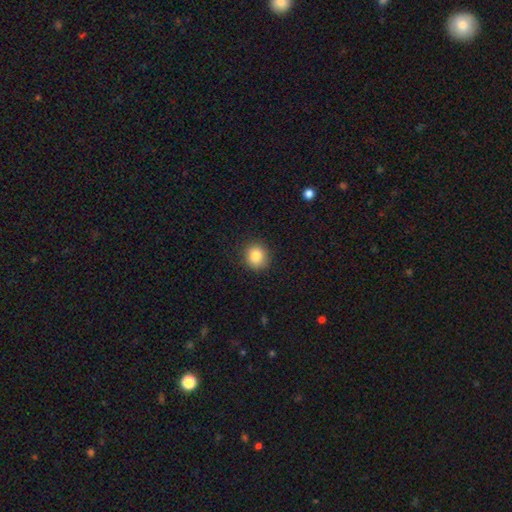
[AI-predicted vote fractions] A smooth galaxy with no disk features (83%) that is round (86%).

Vote fractions:
- Smooth or featured? smooth: 83% / star or artifact: 10% / featured or disk: 7%
- How rounded? round: 86% / in between: 13% / cigar-shaped: 1%
- Merging? none: 89% / minor disturbance: 8% / major disturbance: 2% / merger: 1%